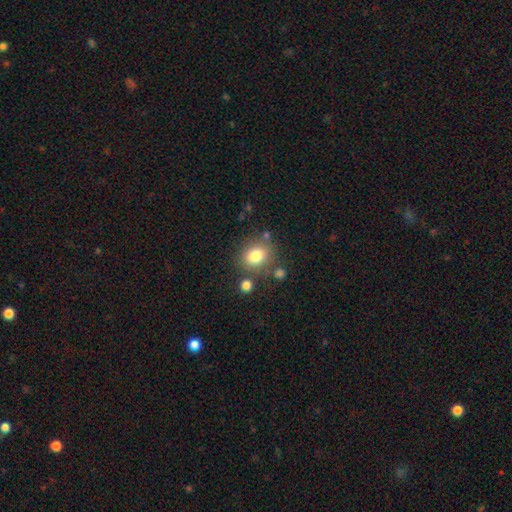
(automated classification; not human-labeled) Smooth or featured? smooth (80%)
How rounded? round (68%)
Merging? none (75%)